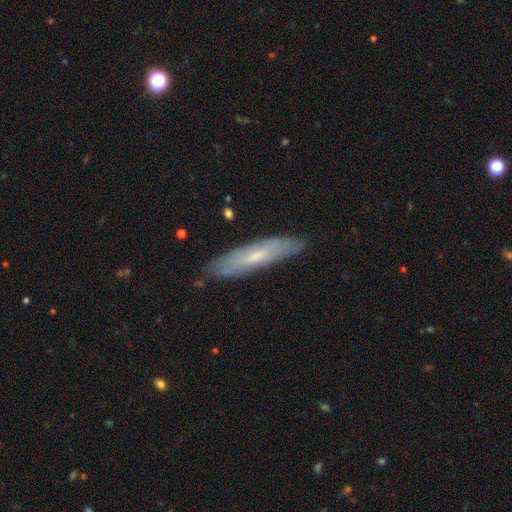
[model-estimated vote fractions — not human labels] A featured or disk galaxy (47%). Merging: none (82%).